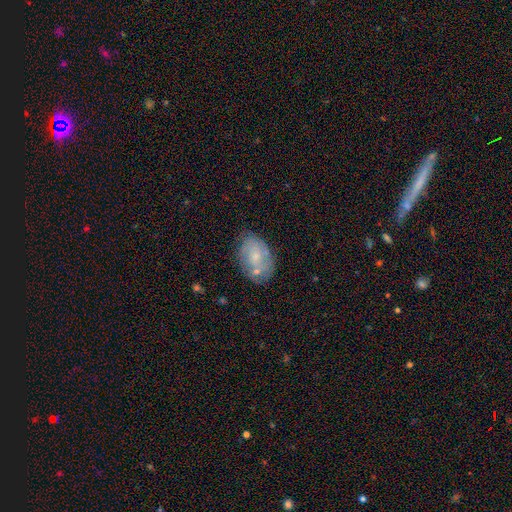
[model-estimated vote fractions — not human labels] The model was most divided on "smooth or featured": smooth: 54%, featured or disk: 38%, star or artifact: 8%. More confident: how rounded — in between (87%); merging — none (58%).